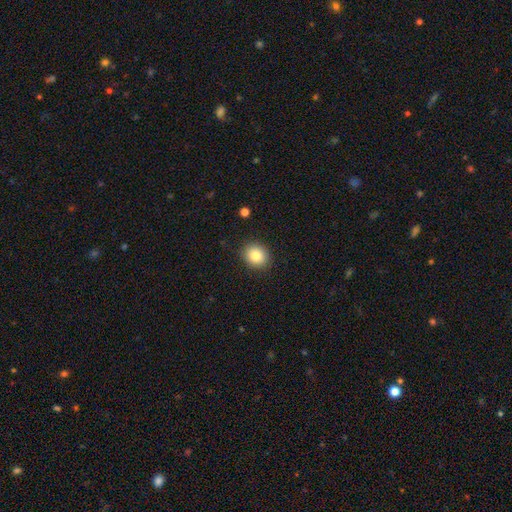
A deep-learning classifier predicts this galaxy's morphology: The model was most divided on "how rounded": round: 72%, in between: 27%, cigar-shaped: 1%. More confident: merging — none (89%); smooth or featured — smooth (83%).